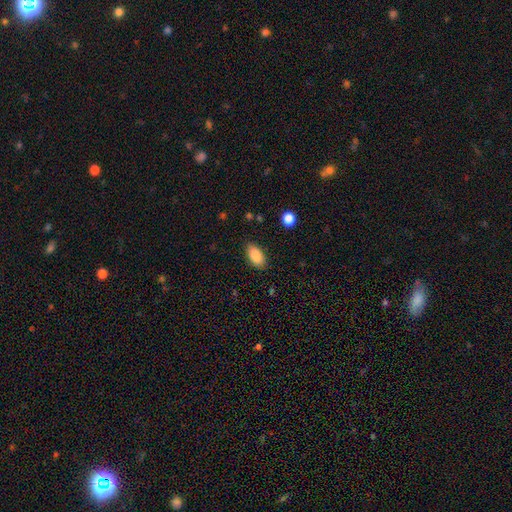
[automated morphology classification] A smooth galaxy with no disk features (88%) that is in between round and cigar-shaped (93%). Merging: none (86%).